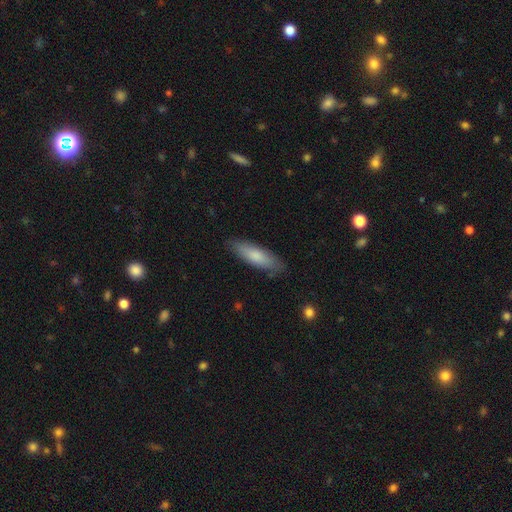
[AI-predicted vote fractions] smooth_or_featured: smooth (p=0.78) [alt: featured or disk p=0.16]
how_rounded: cigar-shaped (p=0.54) [alt: in between p=0.45]
merging: none (p=0.83) [alt: minor disturbance p=0.14]